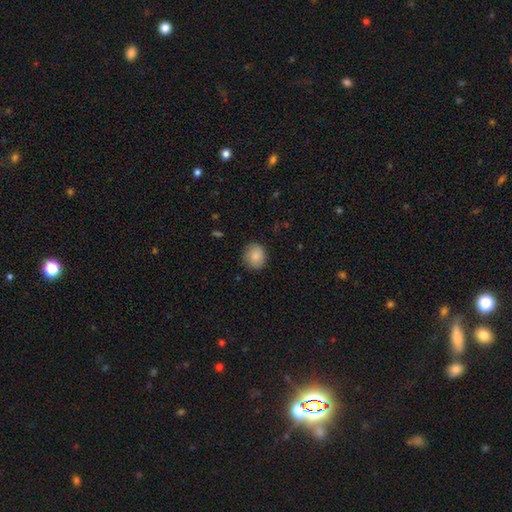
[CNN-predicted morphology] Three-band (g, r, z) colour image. It shows a smooth galaxy with no disk features (86%) that is round (74%). Merging: none (84%).